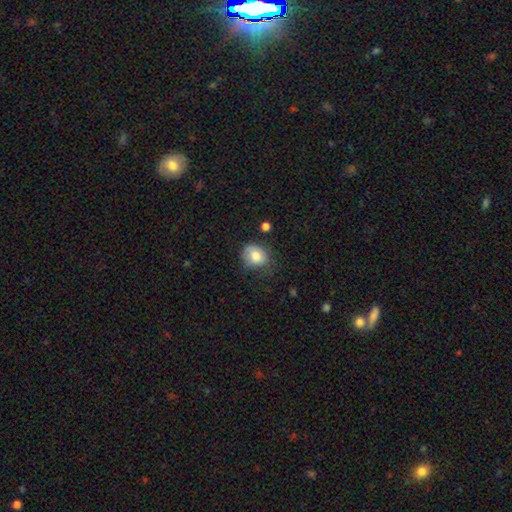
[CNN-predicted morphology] type=smooth (78%); roundness=round (59%); merging=none (53%).